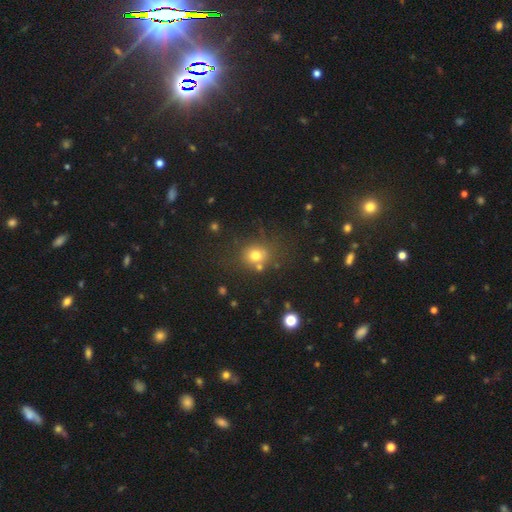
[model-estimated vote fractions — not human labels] Smooth or featured? Predicted: smooth (p=0.73). How rounded? Predicted: round (p=0.73). Merging? Predicted: none (p=0.70).